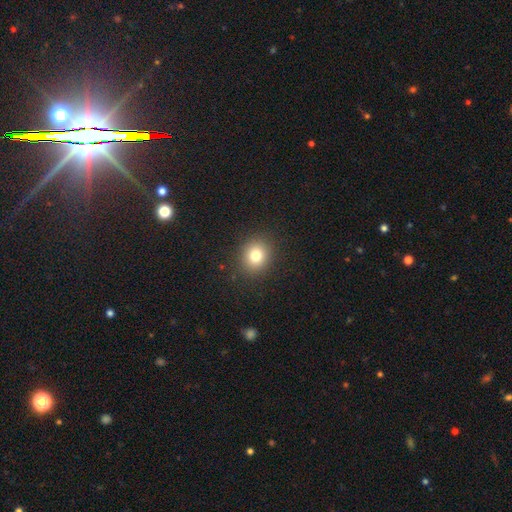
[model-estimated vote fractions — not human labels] Smooth or featured?
  - smooth: 79% *
  - star or artifact: 12%
  - featured or disk: 8%
How rounded?
  - round: 75% *
  - in between: 24%
  - cigar-shaped: 1%
Merging?
  - none: 89% *
  - minor disturbance: 7%
  - major disturbance: 3%
  - merger: 1%